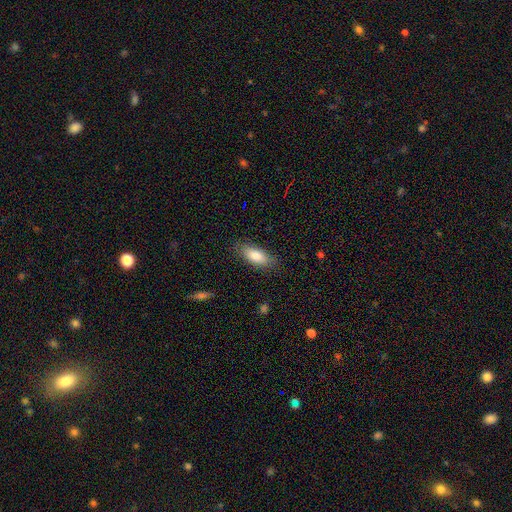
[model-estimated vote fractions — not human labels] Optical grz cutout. It shows a smooth galaxy with no disk features (83%) that is in between round and cigar-shaped (78%). Merging: none (83%).